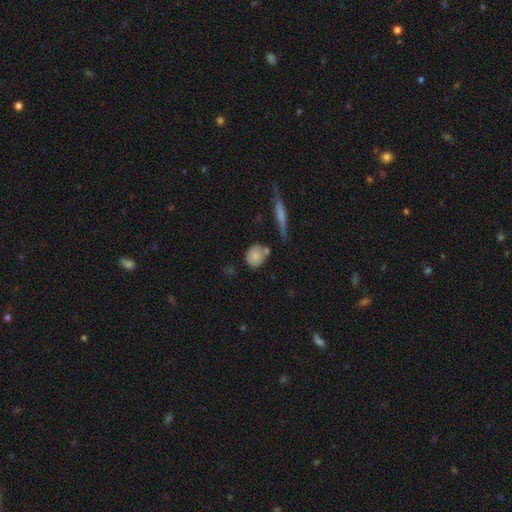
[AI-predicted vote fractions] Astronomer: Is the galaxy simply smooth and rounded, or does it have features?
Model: smooth — 78%.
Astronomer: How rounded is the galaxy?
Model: round — 59% (runner-up: in between, 38%).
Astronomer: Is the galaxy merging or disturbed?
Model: none — 57%.